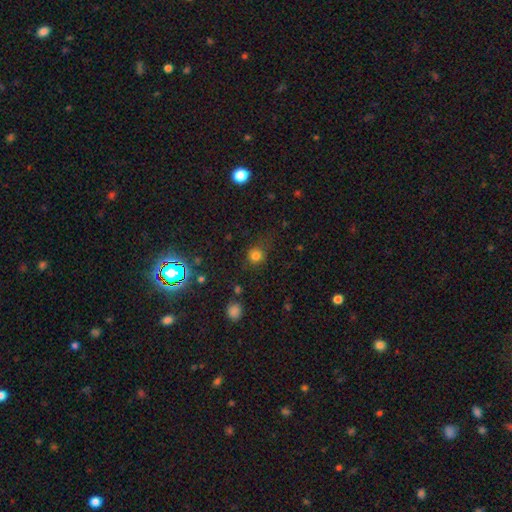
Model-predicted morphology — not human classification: Smooth or featured? smooth (75%)
How rounded? round (89%)
Merging? none (77%)